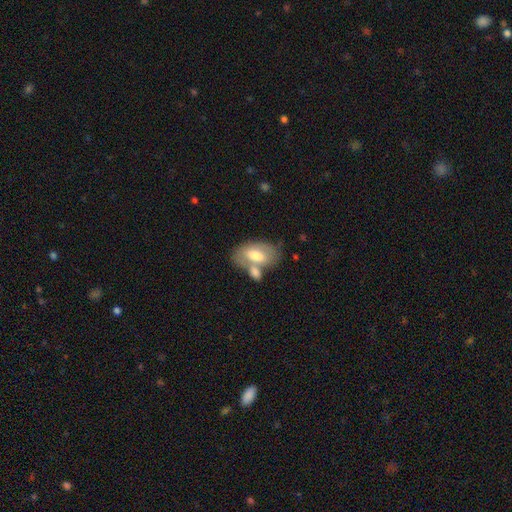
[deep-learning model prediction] Morphology: type=smooth (61%); roundness=in between (91%); merging=none (41%).